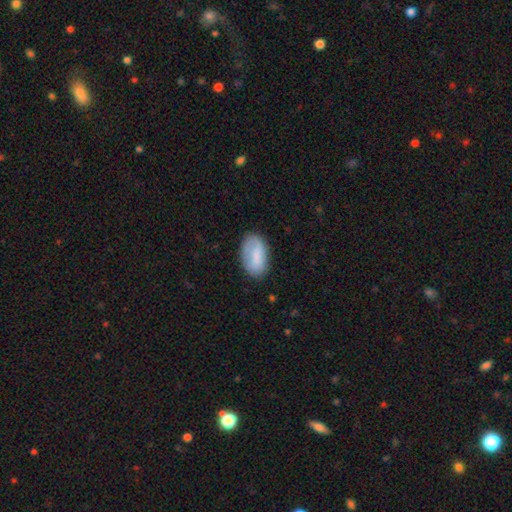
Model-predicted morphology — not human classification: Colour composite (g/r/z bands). It shows a smooth galaxy with no disk features (75%) that is in between round and cigar-shaped (93%). Merging: none (73%).